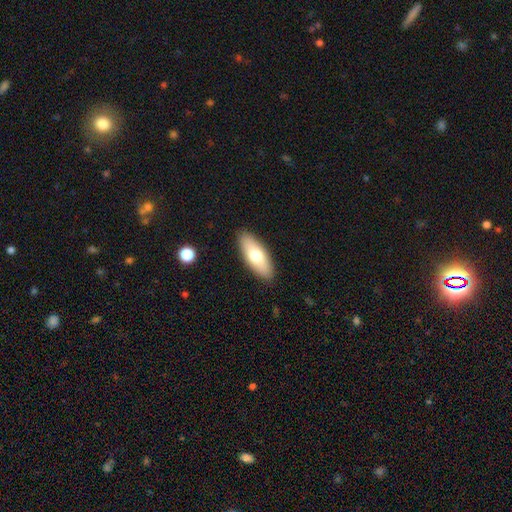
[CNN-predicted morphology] A smooth galaxy with no disk features (70%) that is in between round and cigar-shaped (74%). Merging: none (89%).